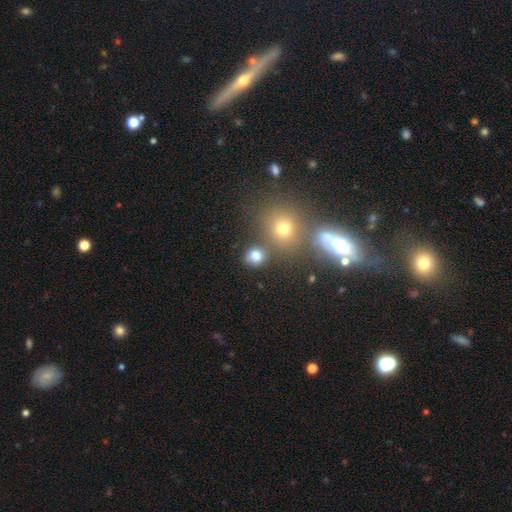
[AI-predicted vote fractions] Morphology: type=smooth (78%); roundness=round (81%); merging=none (74%).